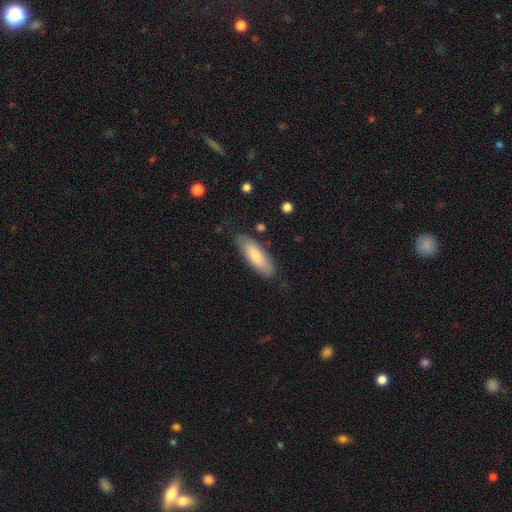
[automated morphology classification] This appears to be a smooth galaxy with no disk features (81%) that is in between round and cigar-shaped (58%). Merging: none (82%).